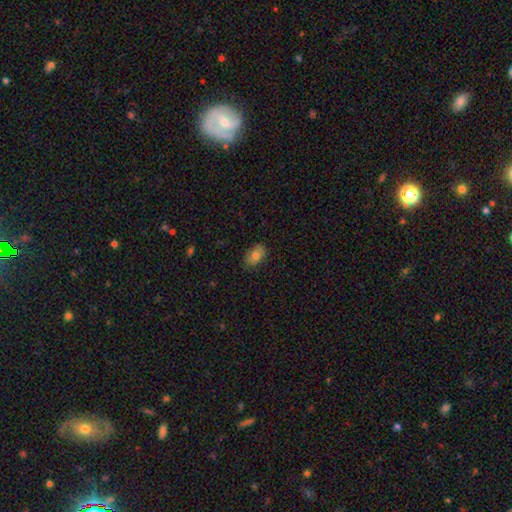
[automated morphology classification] smooth-or-featured: smooth: 76% | featured or disk: 15% | star or artifact: 9%
  how-rounded: in between: 85% | round: 13% | cigar-shaped: 2%
  merging: none: 78% | minor disturbance: 18% | major disturbance: 3% | merger: 1%